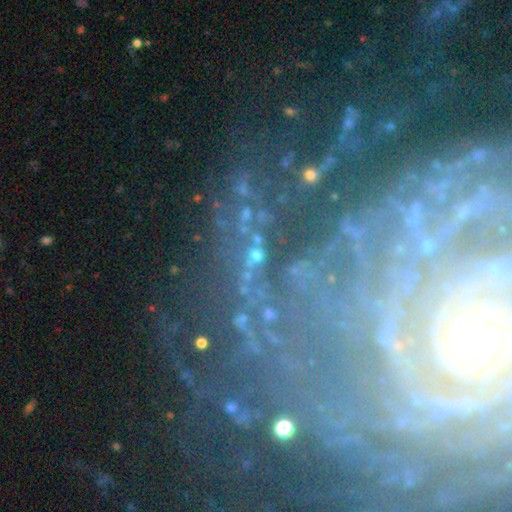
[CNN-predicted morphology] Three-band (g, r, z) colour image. It shows a featured or disk galaxy (49%). Merging: none (61%).